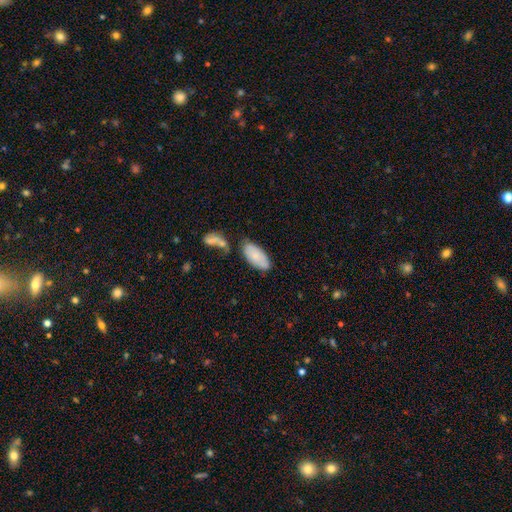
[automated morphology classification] type=smooth (79%); roundness=in between (91%); merging=none (64%).